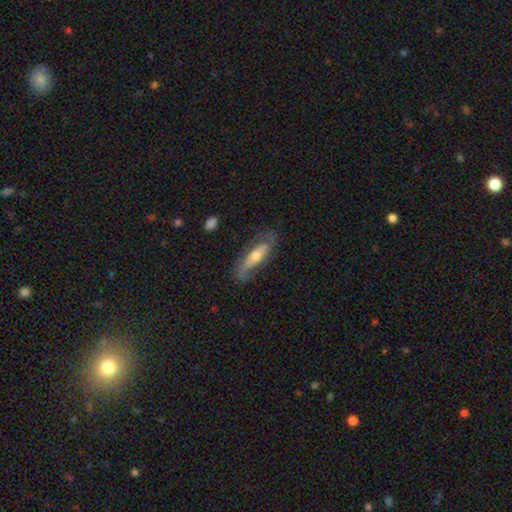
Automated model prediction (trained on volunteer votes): This appears to be a featured or disk galaxy (67%) with no bar (46%), spiral arms (81%) and a moderate central bulge (57%). Merging: none (73%).